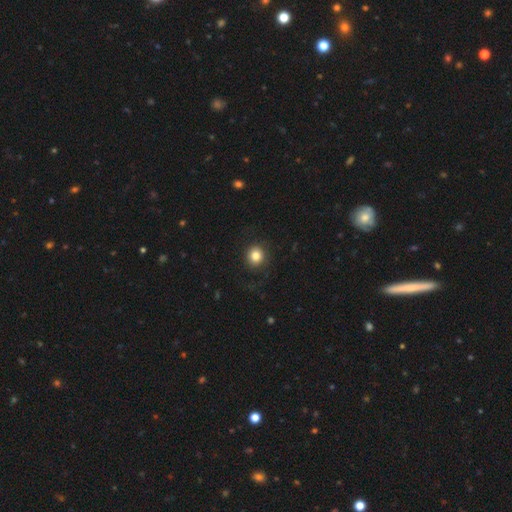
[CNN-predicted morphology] smooth_or_featured: smooth (p=0.84) [alt: star or artifact p=0.10]
how_rounded: round (p=0.88) [alt: in between p=0.11]
merging: none (p=0.85) [alt: minor disturbance p=0.09]